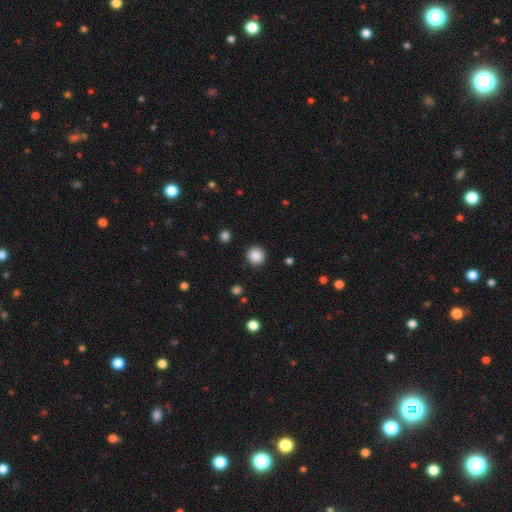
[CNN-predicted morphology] Smooth or featured?
  - smooth: 87% *
  - star or artifact: 10%
  - featured or disk: 3%
How rounded?
  - round: 93% *
  - in between: 6%
  - cigar-shaped: 1%
Merging?
  - none: 91% *
  - minor disturbance: 5%
  - major disturbance: 2%
  - merger: 1%